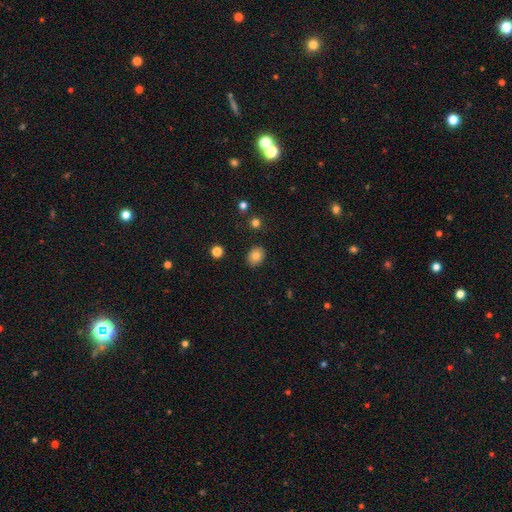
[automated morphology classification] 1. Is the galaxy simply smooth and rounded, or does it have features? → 82% smooth, 10% star or artifact, 9% featured or disk.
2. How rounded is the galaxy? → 54% in between, 45% round, 1% cigar-shaped.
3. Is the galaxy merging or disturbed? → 88% none, 9% minor disturbance, 2% major disturbance, 1% merger.